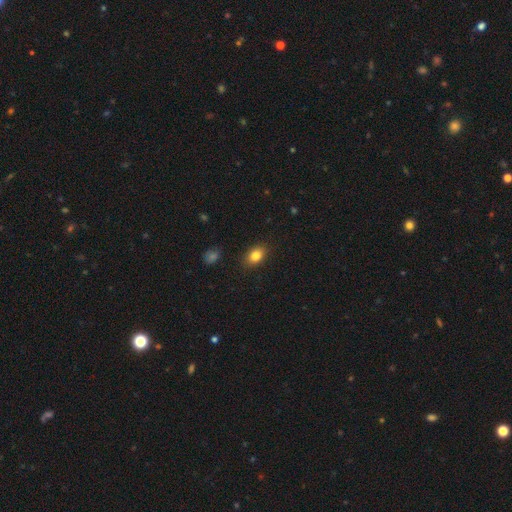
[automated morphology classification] Smooth or featured? smooth (83%)
How rounded? in between (80%)
Merging? none (86%)